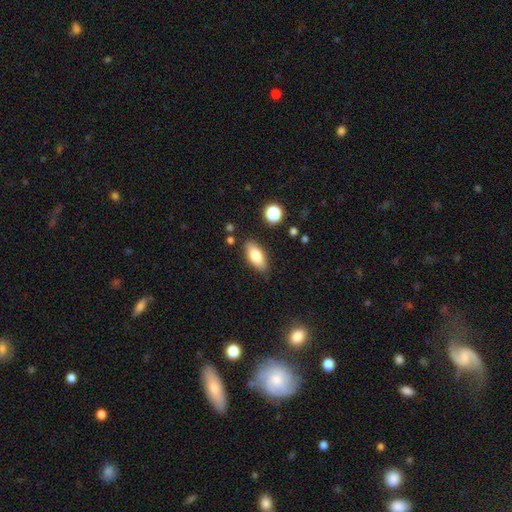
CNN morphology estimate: smooth_or_featured: smooth (p=0.77) [alt: featured or disk p=0.16]
how_rounded: in between (p=0.85) [alt: cigar-shaped p=0.11]
merging: none (p=0.84) [alt: minor disturbance p=0.11]